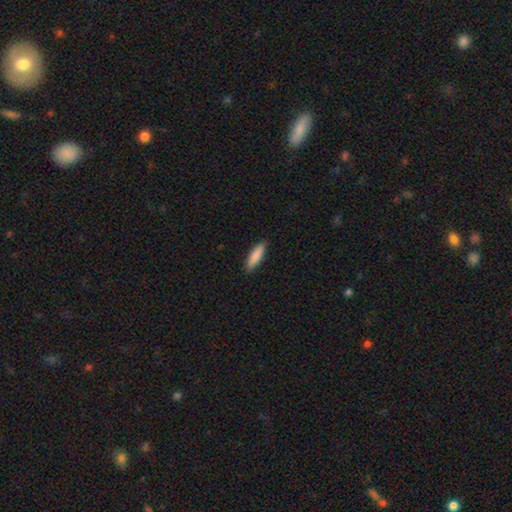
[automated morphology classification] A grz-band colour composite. It shows a smooth galaxy with no disk features (87%) that is cigar-shaped (67%). Merging: none (88%).